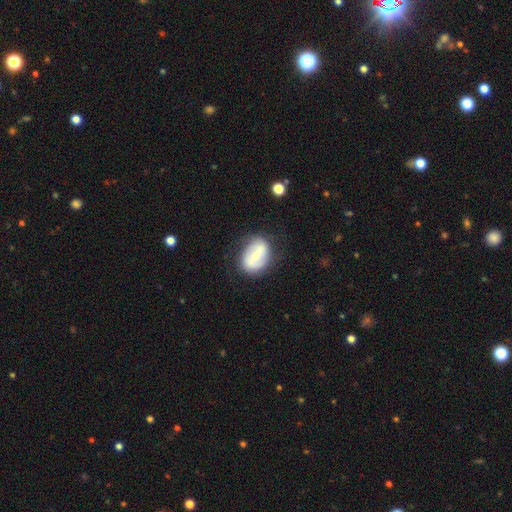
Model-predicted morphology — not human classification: smooth_or_featured: featured or disk (p=0.52) [alt: smooth p=0.42]
disk_edge_on: no (p=0.96) [alt: yes p=0.04]
merging: none (p=0.71) [alt: minor disturbance p=0.20]